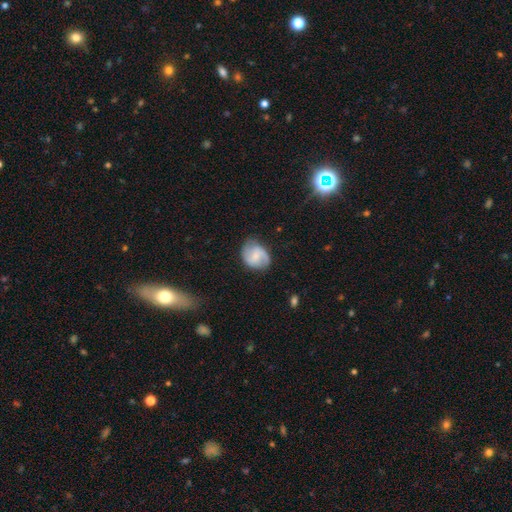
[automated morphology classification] Smooth or featured? featured or disk (65%)
Edge-on disk? no (98%)
Bar? weak (50%)
Spiral arms? yes (93%)
Spiral winding? medium (46%)
Spiral arm count? 2 (86%)
Bulge size? small (49%)
Merging? none (73%)